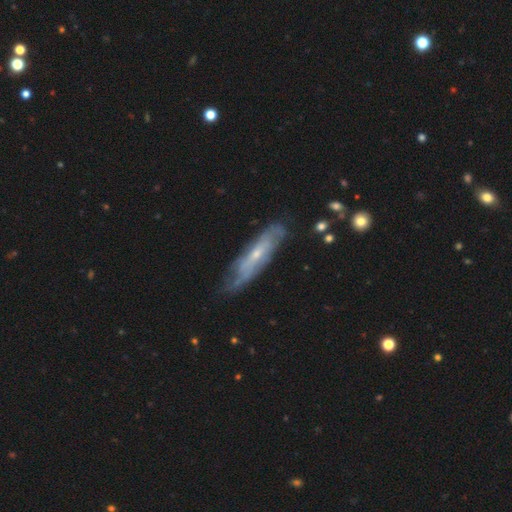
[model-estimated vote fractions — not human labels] Overall: featured or disk (70%). Edge-on disk: no (60%; yes 40%). Merging: none (73%).